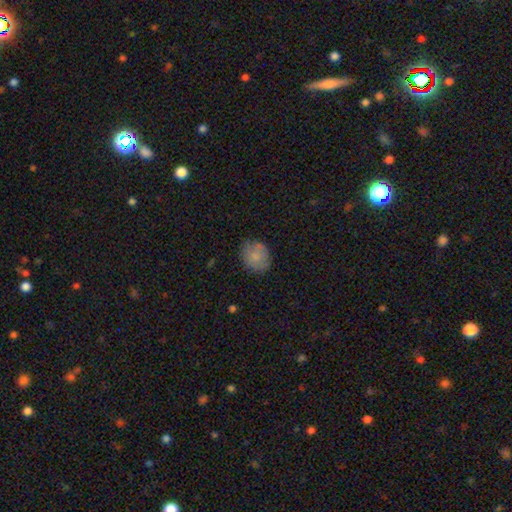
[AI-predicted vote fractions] smooth_or_featured: smooth (p=0.78) [alt: featured or disk p=0.14]
how_rounded: round (p=0.59) [alt: in between p=0.40]
merging: none (p=0.74) [alt: minor disturbance p=0.19]